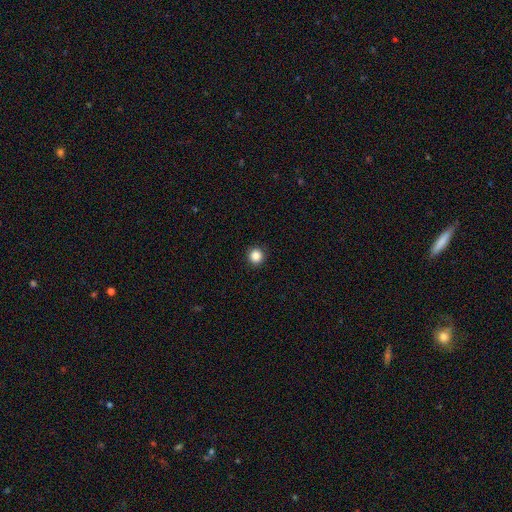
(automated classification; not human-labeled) This appears to be a smooth galaxy with no disk features (86%) that is round (94%). Merging: none (93%).